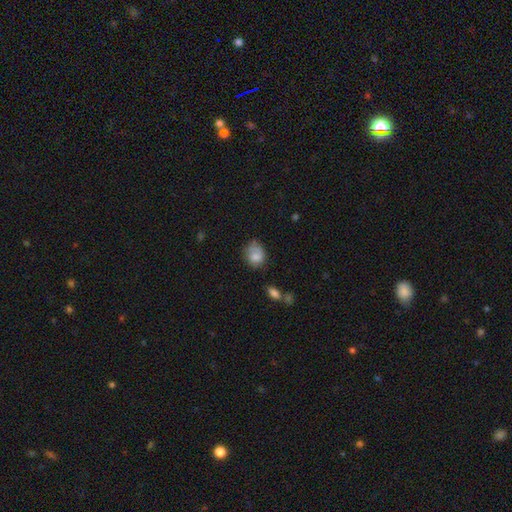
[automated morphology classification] Smooth or featured: smooth — 80% (featured or disk — 12%)
How rounded: round — 56% (in between — 43%)
Merging: none — 52% (minor disturbance — 32%)